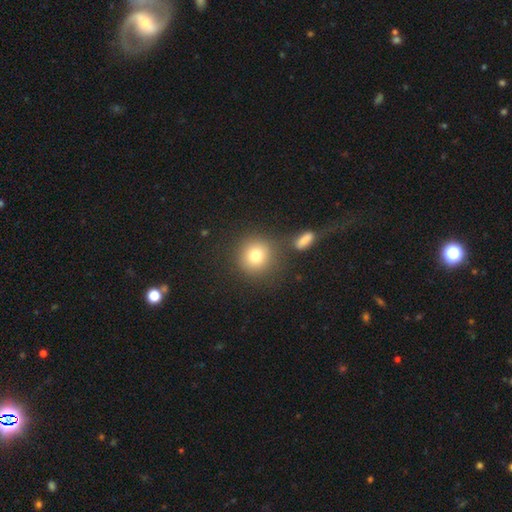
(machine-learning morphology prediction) smooth 78%, star or artifact 12%, featured or disk 10%. Down the decision tree: how rounded — round (92%); merging — none (78%).